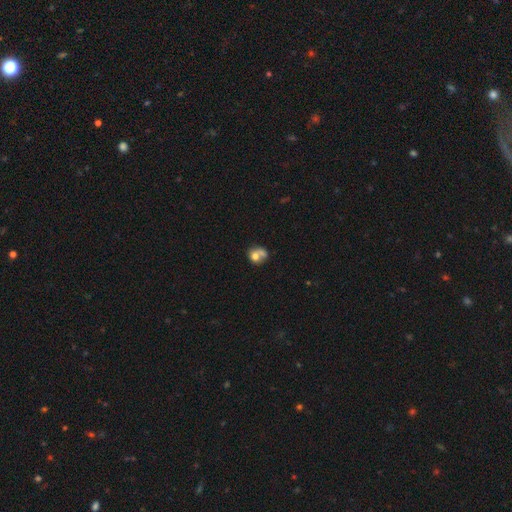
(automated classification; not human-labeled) Overall: smooth (66%). How rounded: round (64%; in between 35%). Merging: merger (51%; none 27%).